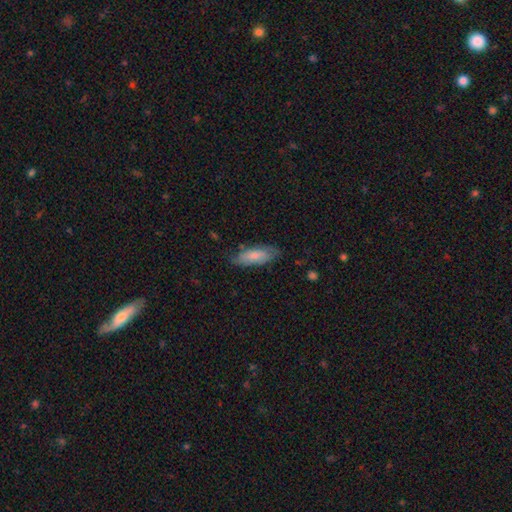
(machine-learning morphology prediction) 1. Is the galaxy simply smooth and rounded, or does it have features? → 77% smooth, 17% featured or disk, 6% star or artifact.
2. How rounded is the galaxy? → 65% in between, 33% cigar-shaped, 2% round.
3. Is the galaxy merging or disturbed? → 70% none, 23% minor disturbance, 5% major disturbance, 2% merger.